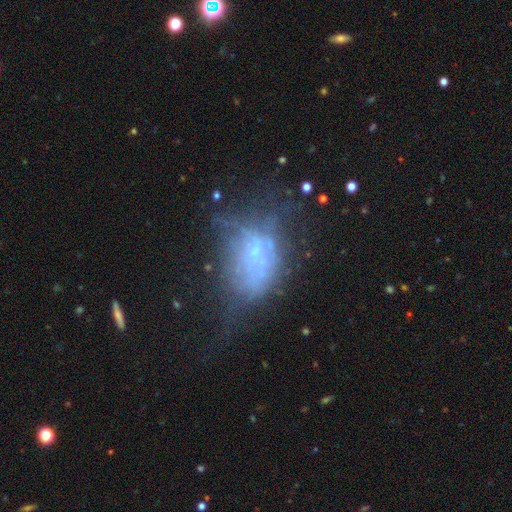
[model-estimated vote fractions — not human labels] featured or disk 46%, smooth 35%, star or artifact 19%. Down the decision tree: merging — major disturbance (40%).